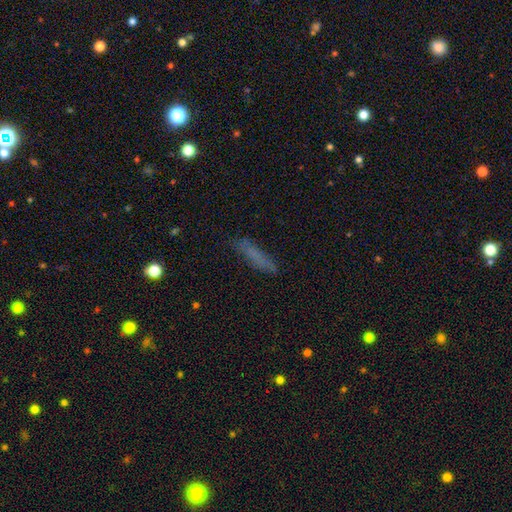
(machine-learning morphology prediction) This appears to be a smooth galaxy with no disk features (68%) that is cigar-shaped (85%). Merging: none (81%).